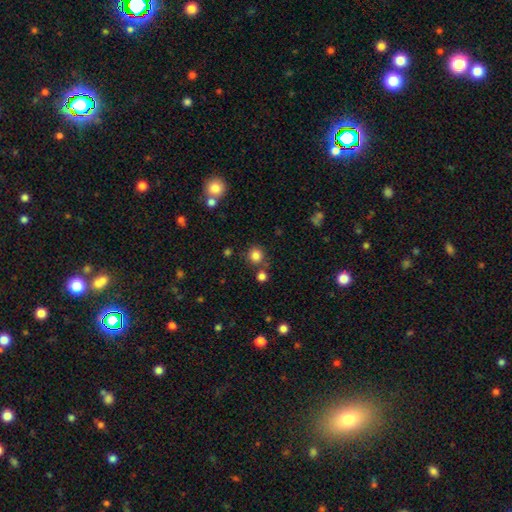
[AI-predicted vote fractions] Morphology: type=smooth (82%); roundness=round (91%); merging=none (78%).